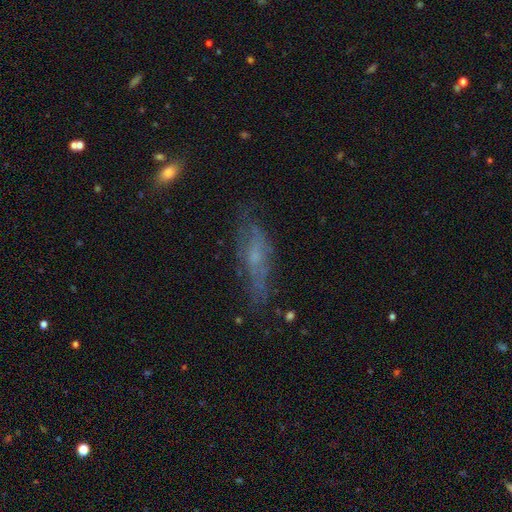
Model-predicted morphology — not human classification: type=featured or disk (48%); merging=none (60%).